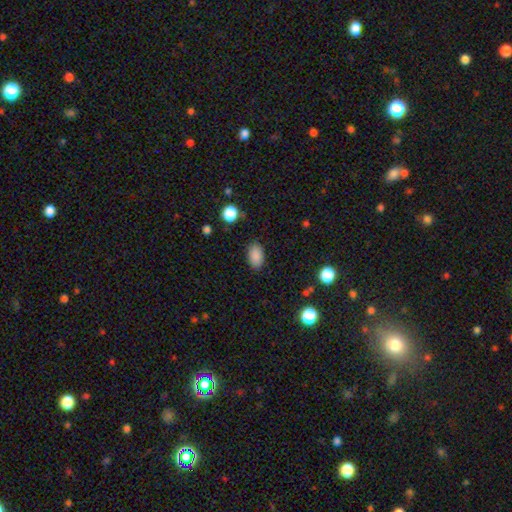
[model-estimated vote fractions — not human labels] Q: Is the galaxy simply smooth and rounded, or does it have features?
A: smooth — 87%.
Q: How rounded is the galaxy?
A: in between — 91%.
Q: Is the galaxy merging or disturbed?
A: none — 86%.